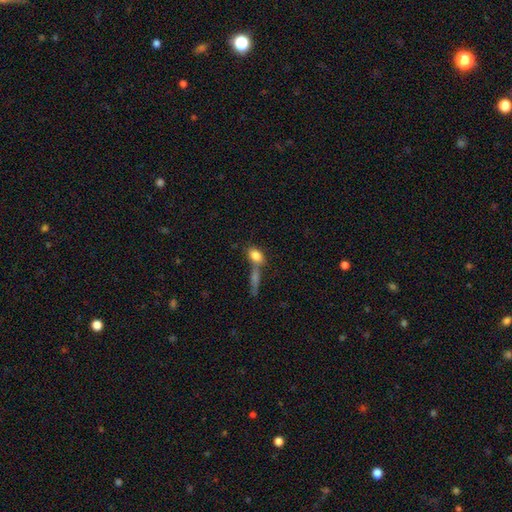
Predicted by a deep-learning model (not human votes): smooth 80%, featured or disk 12%, star or artifact 9%. Down the decision tree: how rounded — in between (75%); merging — merger (47%).